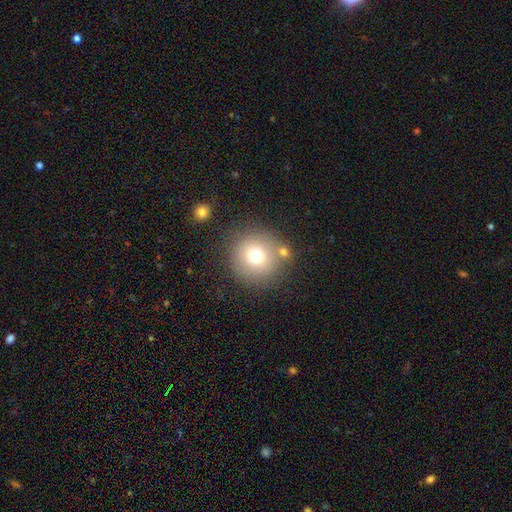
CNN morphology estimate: Overall: smooth (73%). How rounded: round (95%). Merging: none (76%).